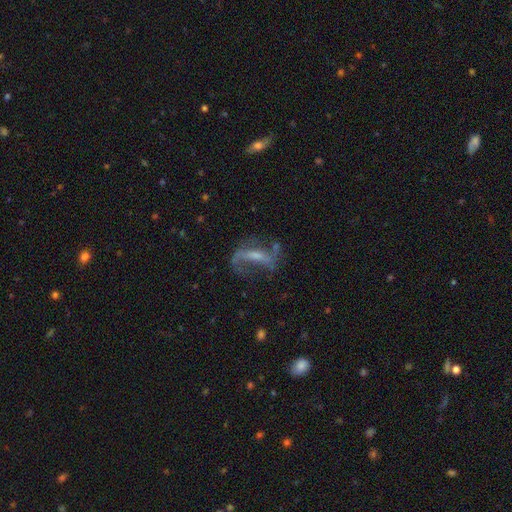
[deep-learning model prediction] Overall: featured or disk (73%). Edge-on disk: no (87%). Bar: strong (43%; weak 35%). Spiral arms: yes (78%). Bulge size: small (40%; moderate 28%). Merging: none (46%; major disturbance 30%).